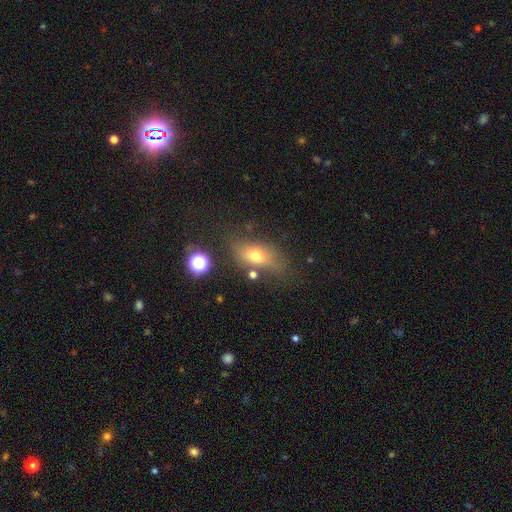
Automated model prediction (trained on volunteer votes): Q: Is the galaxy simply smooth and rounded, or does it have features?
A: smooth — 67%.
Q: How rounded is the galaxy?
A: in between — 76%.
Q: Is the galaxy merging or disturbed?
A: none — 65%.